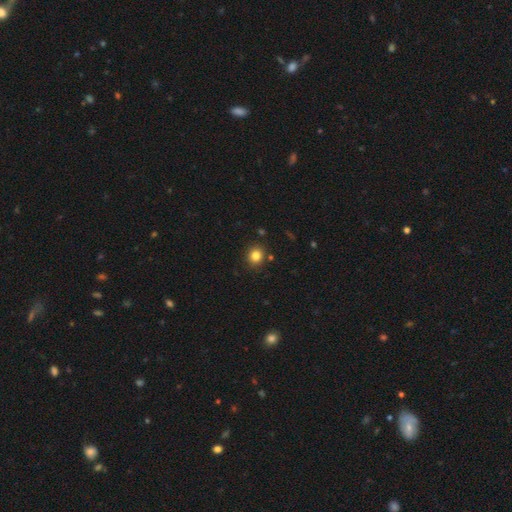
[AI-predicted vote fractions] Overall: smooth (82%). How rounded: round (83%). Merging: none (88%).